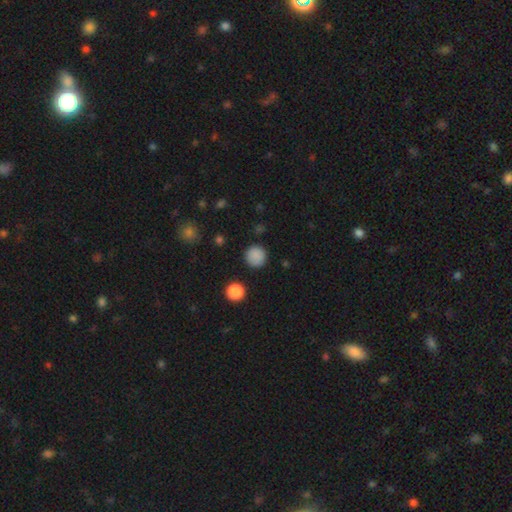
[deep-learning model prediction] Smooth or featured?
  - smooth: 86% *
  - star or artifact: 11%
  - featured or disk: 3%
How rounded?
  - round: 95% *
  - in between: 4%
  - cigar-shaped: 1%
Merging?
  - none: 89% *
  - minor disturbance: 7%
  - major disturbance: 3%
  - merger: 1%